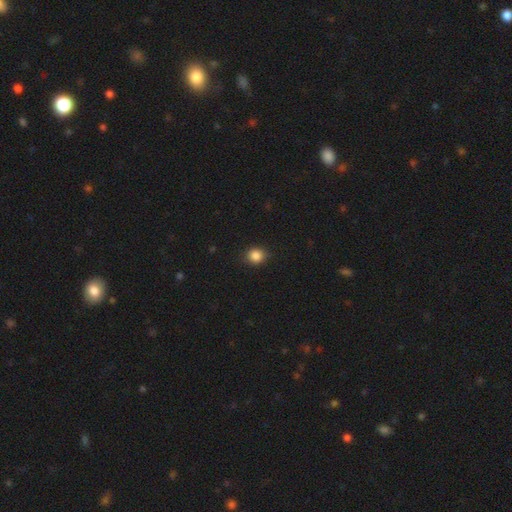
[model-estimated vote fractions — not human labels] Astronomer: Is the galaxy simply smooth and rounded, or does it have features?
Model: smooth — 86%.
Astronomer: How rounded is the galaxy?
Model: round — 79%.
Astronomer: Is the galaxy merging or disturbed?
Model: none — 89%.